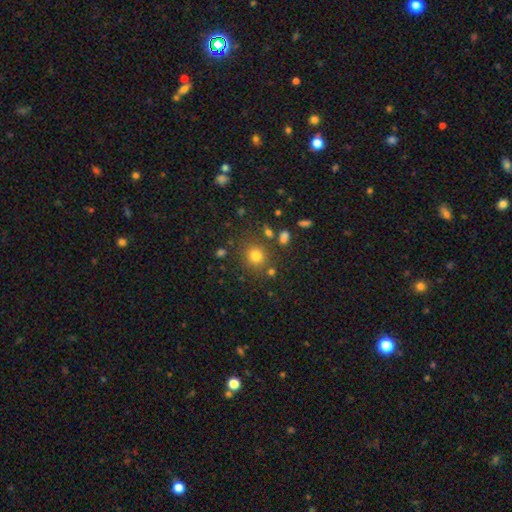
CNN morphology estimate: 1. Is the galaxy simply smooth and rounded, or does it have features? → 76% smooth, 16% star or artifact, 7% featured or disk.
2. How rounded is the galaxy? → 87% round, 12% in between, 1% cigar-shaped.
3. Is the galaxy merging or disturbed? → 80% none, 9% minor disturbance, 6% merger, 4% major disturbance.